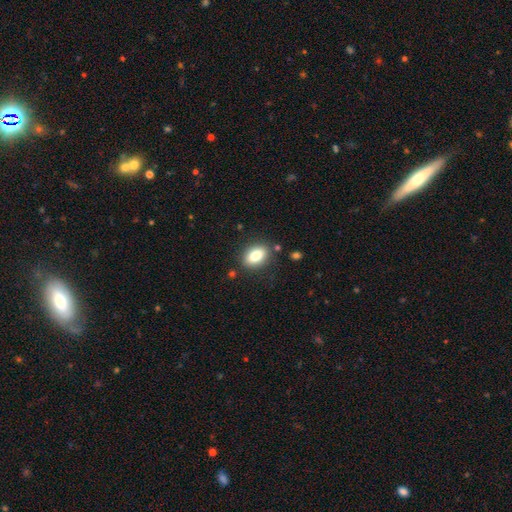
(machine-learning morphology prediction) This is clearly a smooth galaxy (81%). How rounded: clearly in between (84%). Merging: clearly none (84%).